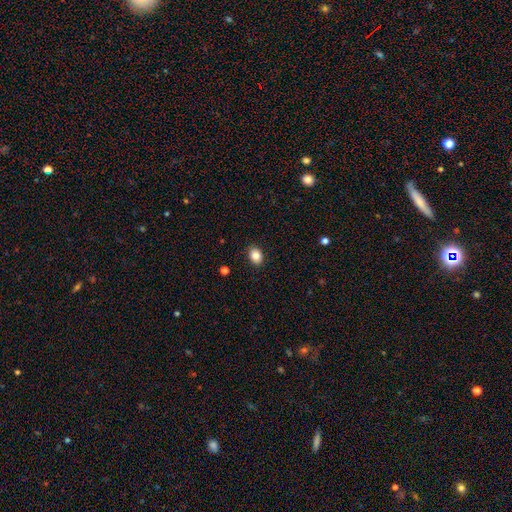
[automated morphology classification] smooth-or-featured: smooth: 84% | star or artifact: 9% | featured or disk: 7%
  how-rounded: in between: 63% | round: 36% | cigar-shaped: 1%
  merging: none: 89% | minor disturbance: 8% | major disturbance: 2% | merger: 1%